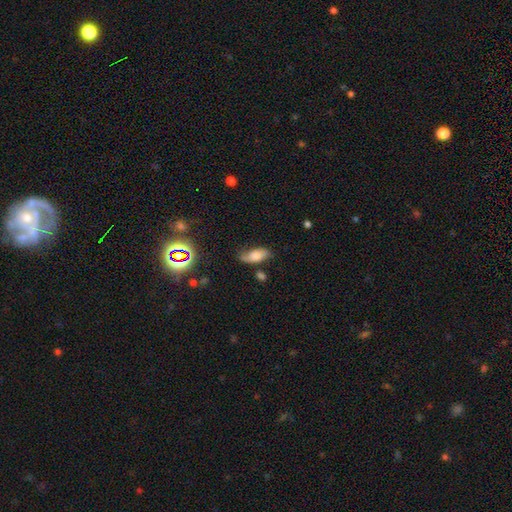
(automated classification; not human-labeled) A smooth galaxy with no disk features (62%) that is in between round and cigar-shaped (85%).

Vote fractions:
- Smooth or featured? smooth: 62% / featured or disk: 26% / star or artifact: 12%
- How rounded? in between: 85% / cigar-shaped: 11% / round: 4%
- Merging? none: 55% / minor disturbance: 30% / major disturbance: 11% / merger: 4%